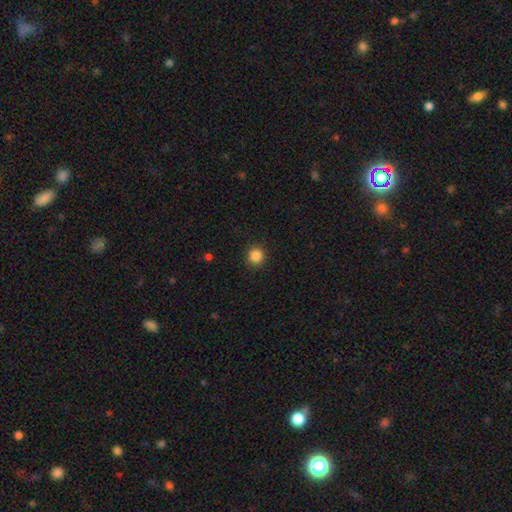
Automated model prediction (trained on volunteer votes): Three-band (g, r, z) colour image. It shows a smooth galaxy with no disk features (86%) that is round (91%). Merging: none (91%).